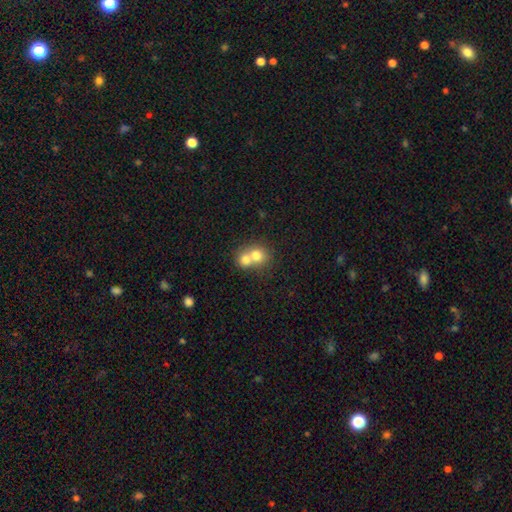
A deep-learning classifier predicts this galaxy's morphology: The model was most divided on "merging": merger: 68%, none: 26%, minor disturbance: 5%, major disturbance: 2%. More confident: how rounded — round (75%); smooth or featured — smooth (73%).